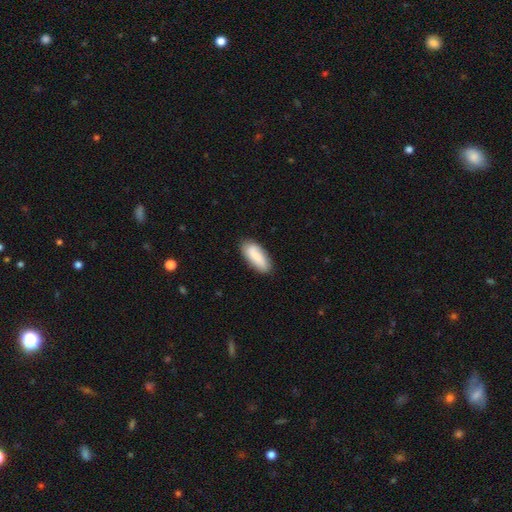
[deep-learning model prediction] Morphology: type=smooth (85%); roundness=in between (77%); merging=none (81%).